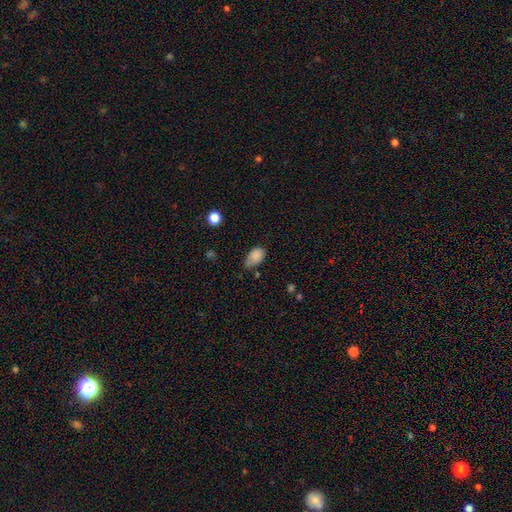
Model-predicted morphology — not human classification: The model was most divided on "merging": none: 42%, minor disturbance: 41%, major disturbance: 11%, merger: 6%. More confident: how rounded — in between (88%); smooth or featured — smooth (83%).